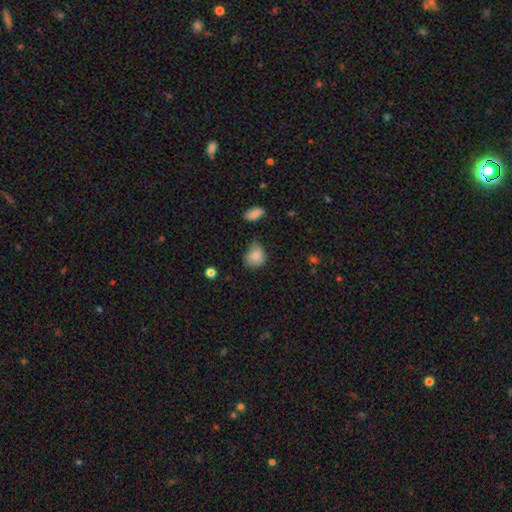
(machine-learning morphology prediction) Smooth or featured? smooth (80%)
How rounded? round (65%)
Merging? none (49%)